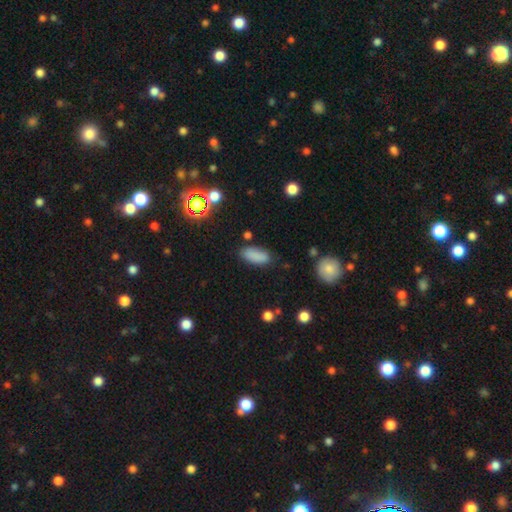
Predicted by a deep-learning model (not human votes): Q: Smooth or featured?
A: smooth (85%); runner-up: star or artifact (9%)
Q: How rounded?
A: in between (83%); runner-up: cigar-shaped (14%)
Q: Merging?
A: none (80%); runner-up: minor disturbance (14%)